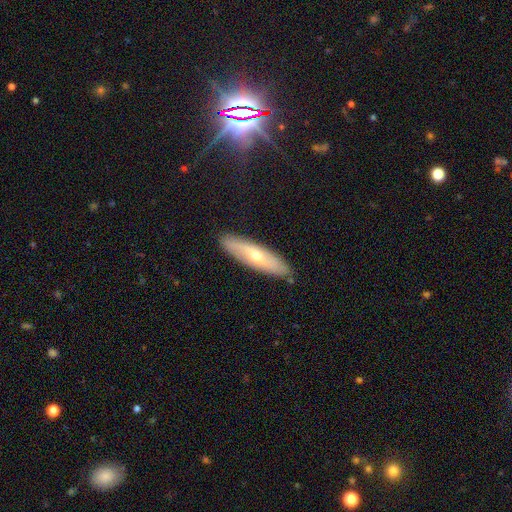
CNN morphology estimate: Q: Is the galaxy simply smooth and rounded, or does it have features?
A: featured or disk — 49%.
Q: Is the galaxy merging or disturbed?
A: none — 87%.